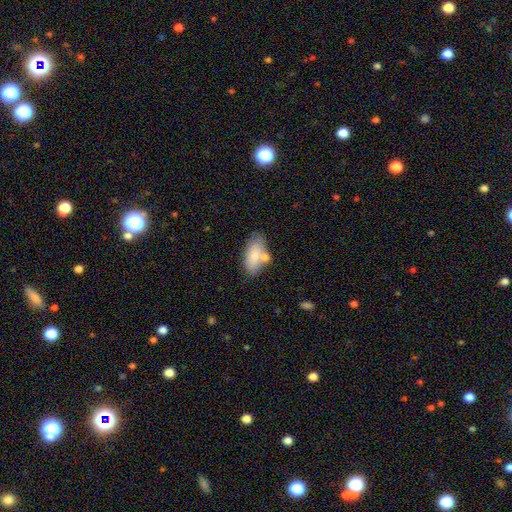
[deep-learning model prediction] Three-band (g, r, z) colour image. It shows a smooth galaxy with no disk features (78%) that is in between round and cigar-shaped (90%). Merging: none (56%).